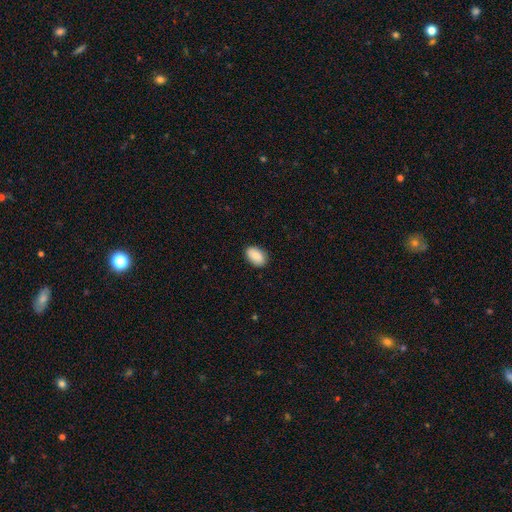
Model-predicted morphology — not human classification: Overall: smooth (89%). How rounded: in between (92%). Merging: none (88%).